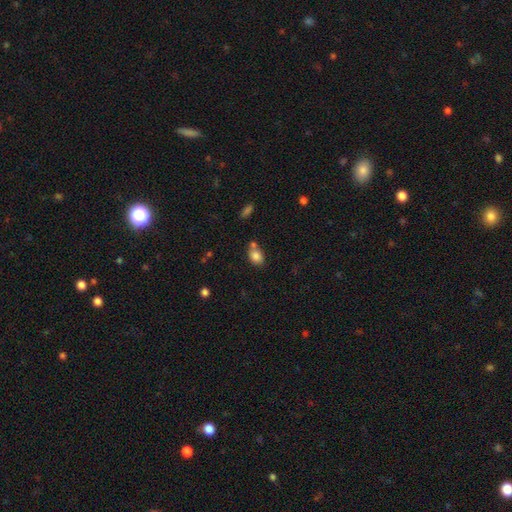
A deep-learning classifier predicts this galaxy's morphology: A smooth galaxy with no disk features (83%) that is in between round and cigar-shaped (67%).

Vote fractions:
- Smooth or featured? smooth: 83% / star or artifact: 9% / featured or disk: 7%
- How rounded? in between: 67% / round: 31% / cigar-shaped: 1%
- Merging? none: 52% / merger: 28% / minor disturbance: 16% / major disturbance: 5%